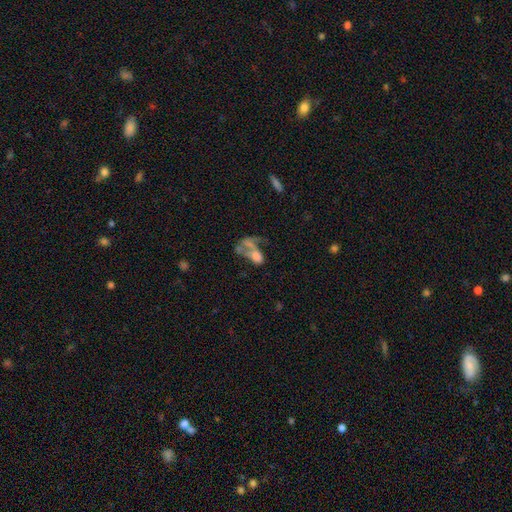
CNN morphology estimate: A smooth galaxy with no disk features (49%). Merging: merger (50%).